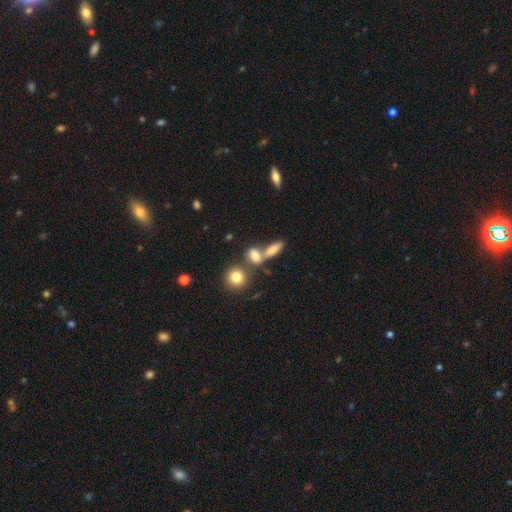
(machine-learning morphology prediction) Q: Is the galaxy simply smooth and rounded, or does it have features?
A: smooth — 76%.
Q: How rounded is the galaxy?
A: in between — 58%.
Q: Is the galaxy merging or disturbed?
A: none — 43%.